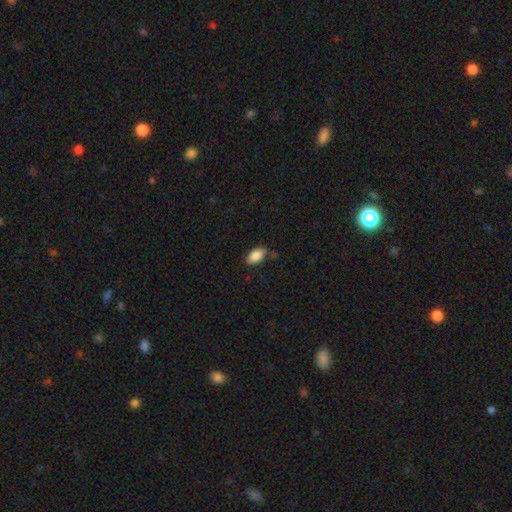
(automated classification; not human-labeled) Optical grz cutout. It shows a smooth galaxy with no disk features (87%) that is in between round and cigar-shaped (94%). Merging: none (79%).